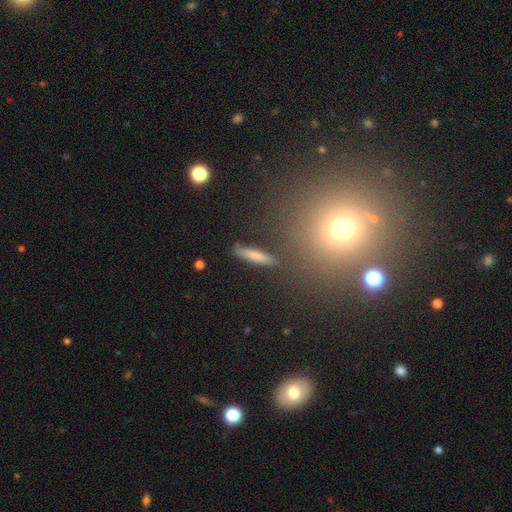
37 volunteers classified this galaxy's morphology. smooth_or_featured: smooth (p=0.78) [alt: featured or disk p=0.22]
how_rounded: cigar-shaped (p=0.90) [alt: in between p=0.10]
merging: none (p=0.89) [alt: minor disturbance p=0.05]